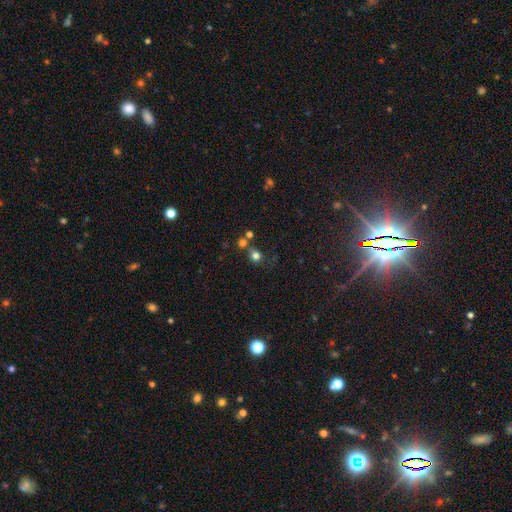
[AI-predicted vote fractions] A smooth galaxy with no disk features (72%) that is round (85%).

Vote fractions:
- Smooth or featured? smooth: 72% / star or artifact: 20% / featured or disk: 9%
- How rounded? round: 85% / in between: 14% / cigar-shaped: 1%
- Merging? none: 61% / merger: 24% / minor disturbance: 10% / major disturbance: 5%